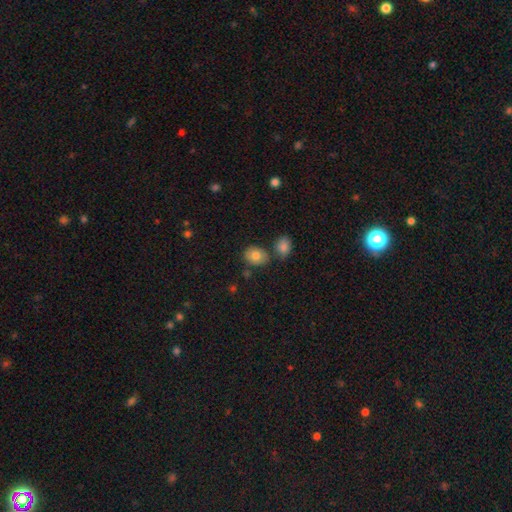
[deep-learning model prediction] smooth-or-featured: smooth: 80% | featured or disk: 12% | star or artifact: 8%
  how-rounded: in between: 51% | round: 48% | cigar-shaped: 1%
  merging: none: 68% | merger: 14% | minor disturbance: 14% | major disturbance: 4%